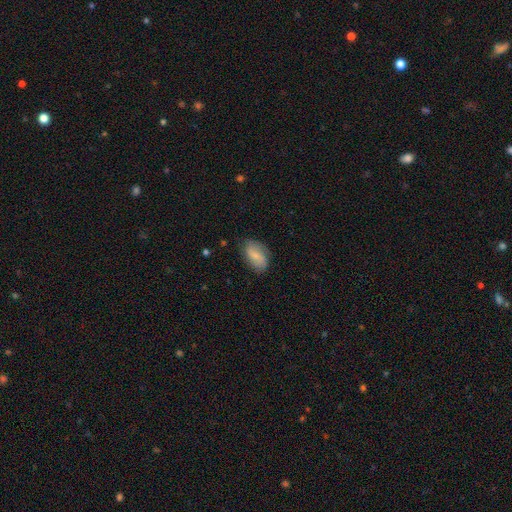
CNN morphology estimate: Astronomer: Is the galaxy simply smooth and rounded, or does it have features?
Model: smooth — 65%.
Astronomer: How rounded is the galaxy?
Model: in between — 90%.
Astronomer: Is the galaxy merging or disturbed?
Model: none — 75%.